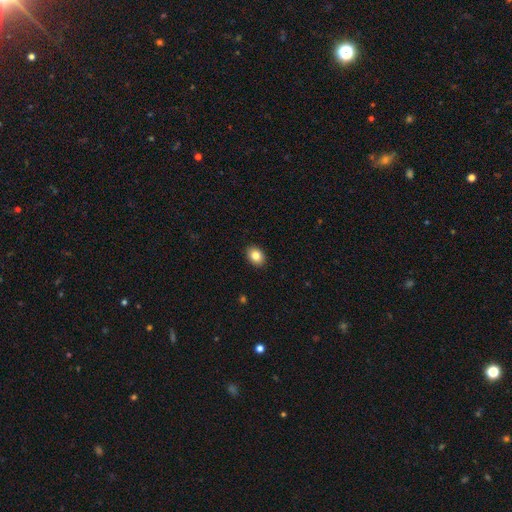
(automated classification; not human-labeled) Smooth or featured?
  - smooth: 84% *
  - star or artifact: 9%
  - featured or disk: 7%
How rounded?
  - in between: 65% *
  - round: 34%
  - cigar-shaped: 1%
Merging?
  - none: 91% *
  - minor disturbance: 7%
  - major disturbance: 2%
  - merger: 1%